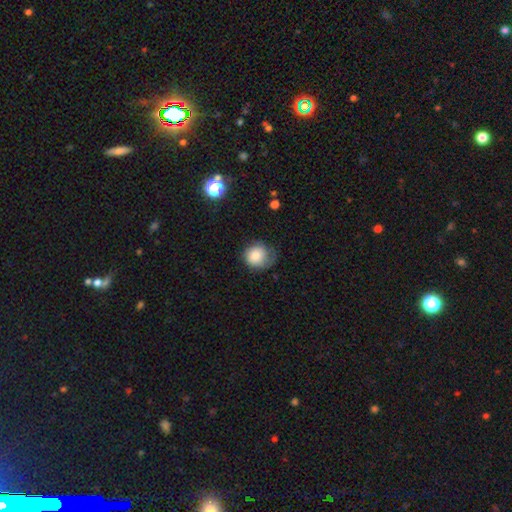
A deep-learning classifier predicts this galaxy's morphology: type=smooth (80%); roundness=round (82%); merging=none (47%).